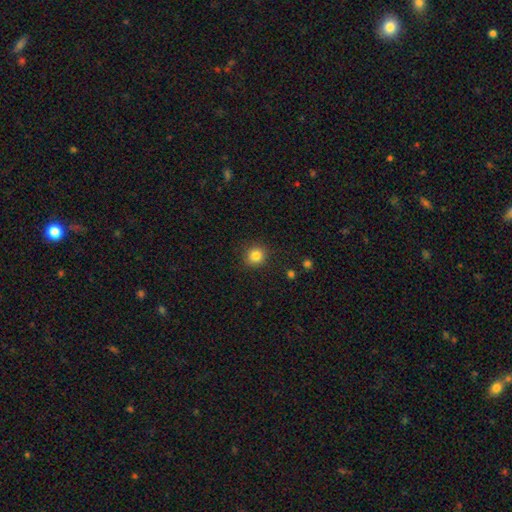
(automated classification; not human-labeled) Smooth or featured? smooth (84%)
How rounded? round (89%)
Merging? none (89%)